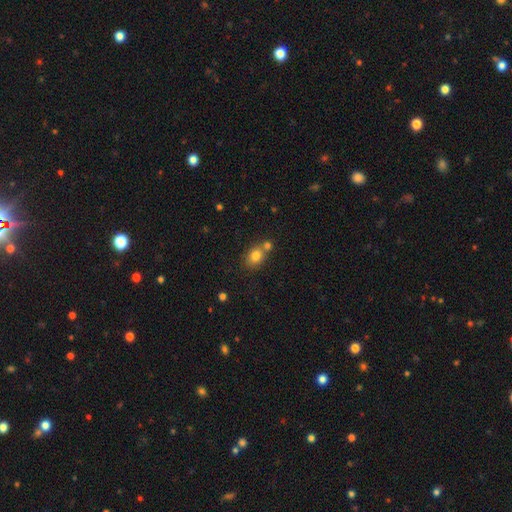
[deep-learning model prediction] Smooth or featured? smooth (80%)
How rounded? in between (53%)
Merging? none (53%)